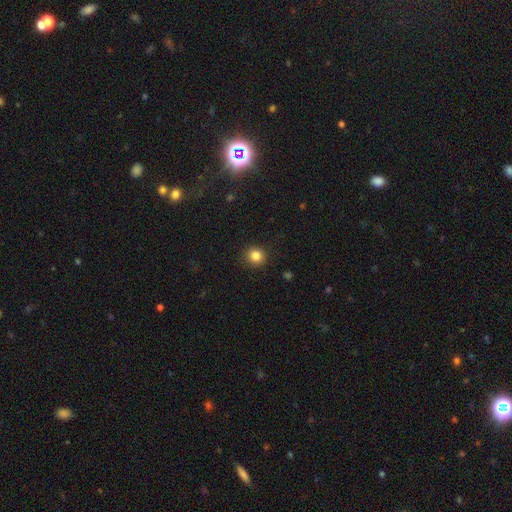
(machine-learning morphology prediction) This is clearly a smooth galaxy (85%). How rounded: clearly round (89%). Merging: clearly none (91%).